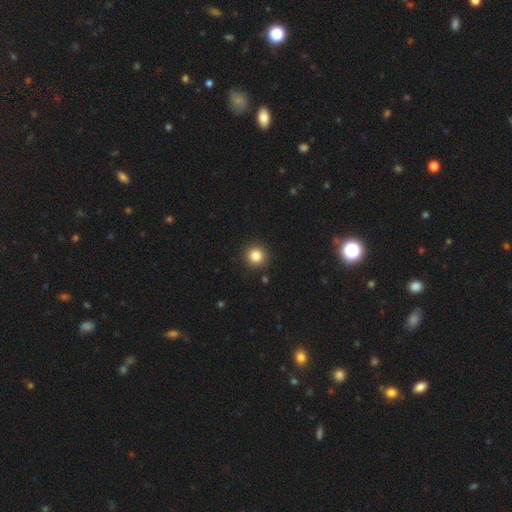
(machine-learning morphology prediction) This is clearly a smooth galaxy (84%). How rounded: clearly round (95%). Merging: clearly none (92%).